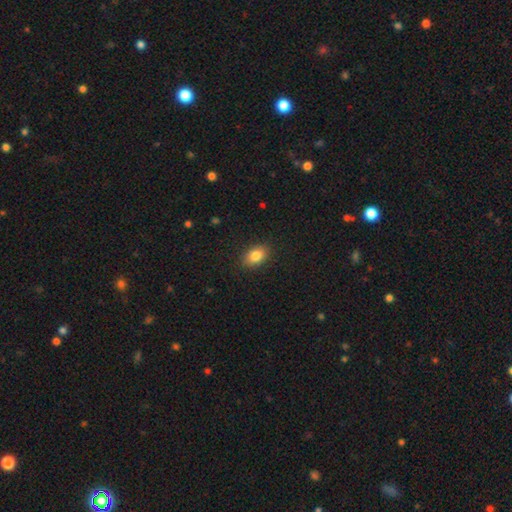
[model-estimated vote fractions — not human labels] The model was most divided on "how rounded": in between: 83%, round: 15%, cigar-shaped: 2%. More confident: merging — none (88%); smooth or featured — smooth (83%).